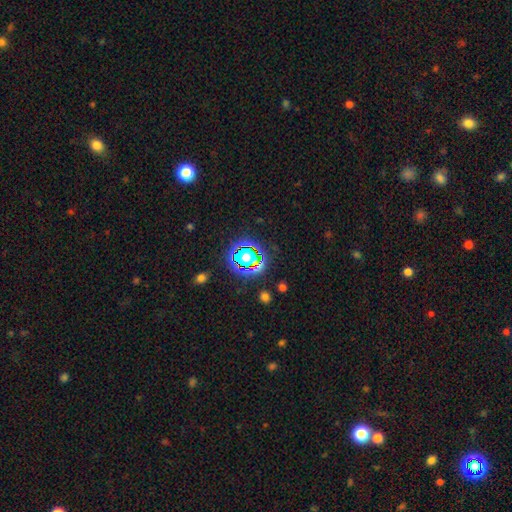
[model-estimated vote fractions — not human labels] A star or artifact, not a galaxy (77%).

Vote fractions:
- Smooth or featured? star or artifact: 77% / smooth: 14% / featured or disk: 9%